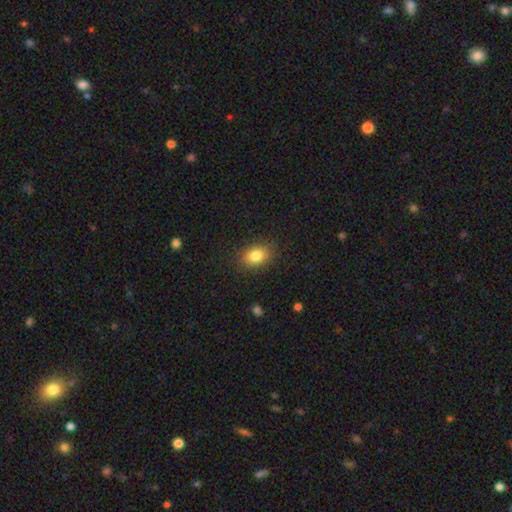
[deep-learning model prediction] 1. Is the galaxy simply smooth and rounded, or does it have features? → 83% smooth, 9% star or artifact, 8% featured or disk.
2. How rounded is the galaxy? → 76% in between, 23% round, 1% cigar-shaped.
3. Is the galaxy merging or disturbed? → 86% none, 10% minor disturbance, 3% major disturbance, 1% merger.